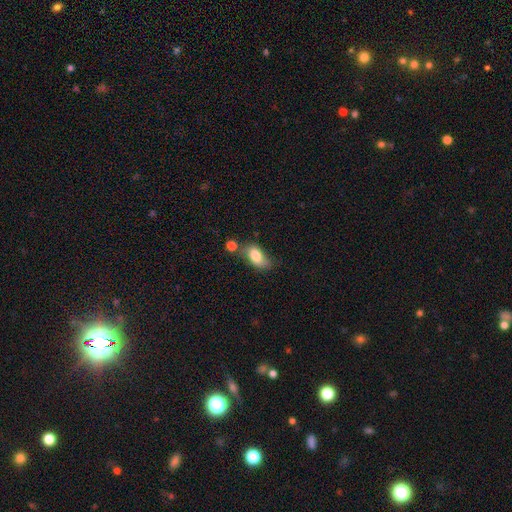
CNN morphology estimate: The model was most divided on "merging": none: 43%, minor disturbance: 25%, merger: 22%, major disturbance: 10%. More confident: how rounded — in between (88%); smooth or featured — smooth (80%).